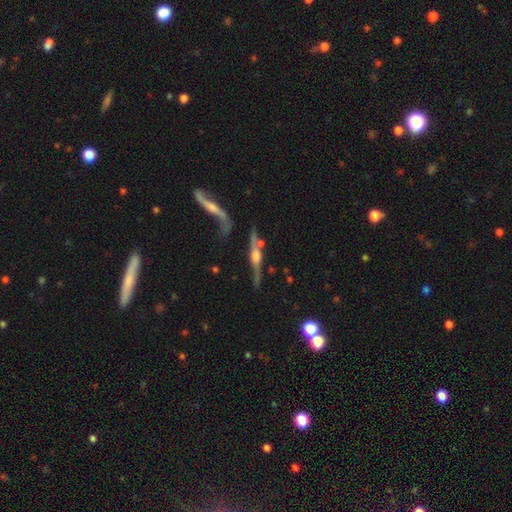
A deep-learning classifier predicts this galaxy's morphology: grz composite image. It shows a featured or disk galaxy (81%) viewed edge-on (92%) with a rounded central bulge (87%). Merging: none (61%).